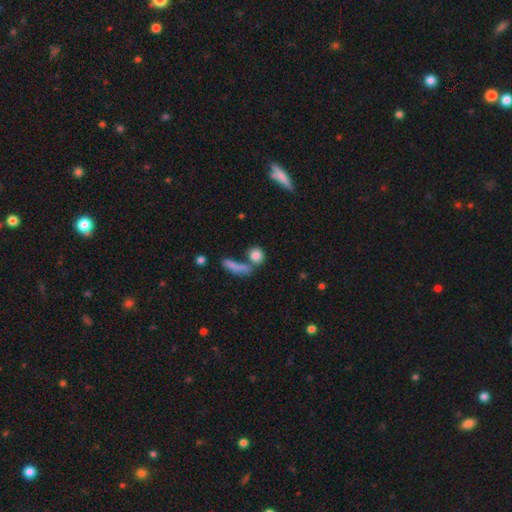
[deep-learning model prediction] Q: Smooth or featured?
A: smooth (81%); runner-up: star or artifact (10%)
Q: How rounded?
A: round (67%); runner-up: in between (24%)
Q: Merging?
A: none (55%); runner-up: merger (27%)